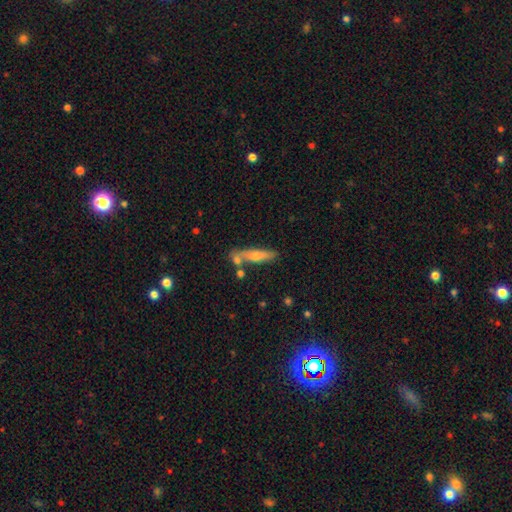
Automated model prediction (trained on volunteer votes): Smooth or featured?
  - smooth: 46% * (tied)
  - featured or disk: 46% * (tied)
  - star or artifact: 7%
Merging?
  - none: 71% *
  - minor disturbance: 13%
  - merger: 13%
  - major disturbance: 3%